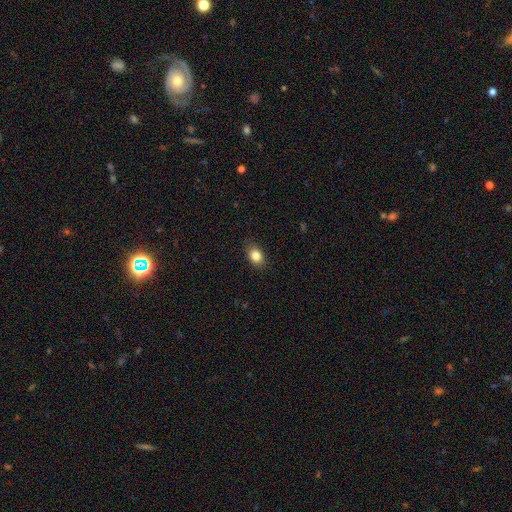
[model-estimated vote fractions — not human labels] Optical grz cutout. It shows a smooth galaxy with no disk features (84%) that is in between round and cigar-shaped (77%). Merging: none (84%).